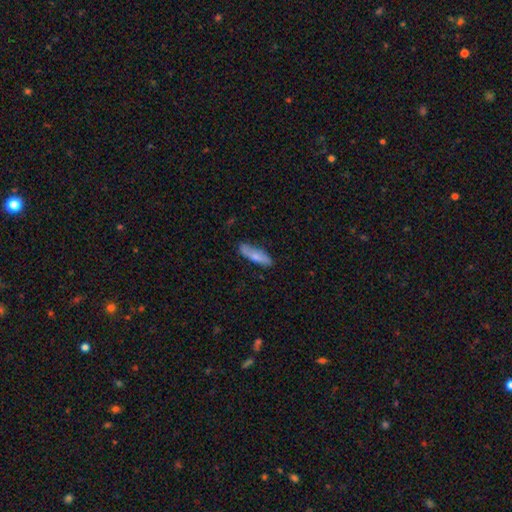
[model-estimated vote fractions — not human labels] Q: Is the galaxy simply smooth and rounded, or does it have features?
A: smooth — 71%.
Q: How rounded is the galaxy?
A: cigar-shaped — 63%.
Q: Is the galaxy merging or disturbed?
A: none — 78%.